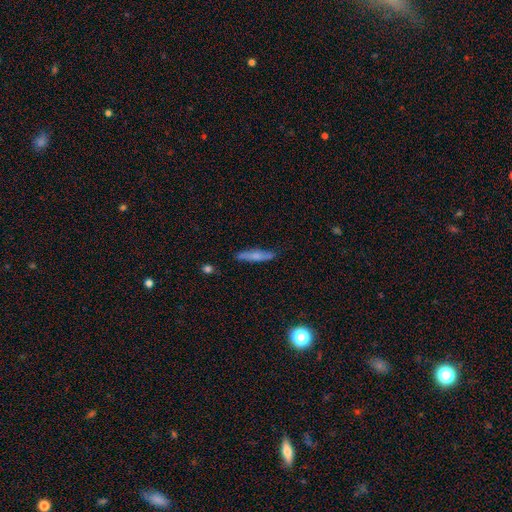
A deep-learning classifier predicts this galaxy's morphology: Smooth or featured? smooth (61%)
How rounded? cigar-shaped (87%)
Merging? none (83%)